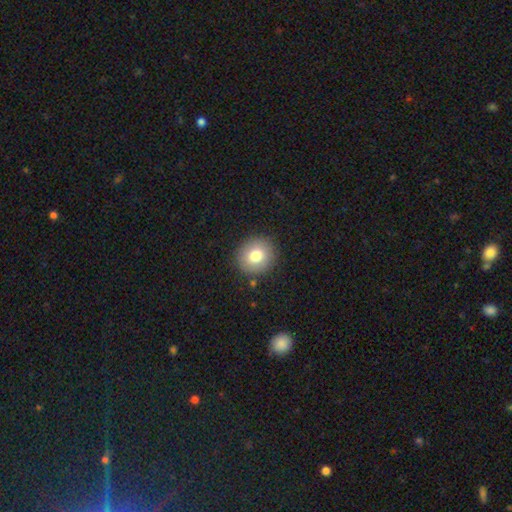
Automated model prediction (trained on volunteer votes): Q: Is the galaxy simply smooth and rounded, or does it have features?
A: smooth — 79%.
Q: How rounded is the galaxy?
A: round — 85%.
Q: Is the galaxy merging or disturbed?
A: none — 88%.